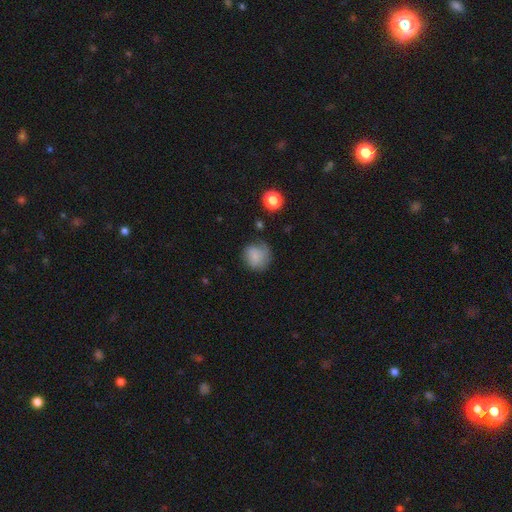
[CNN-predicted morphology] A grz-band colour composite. It shows a smooth galaxy with no disk features (78%) that is round (84%). Merging: none (60%).